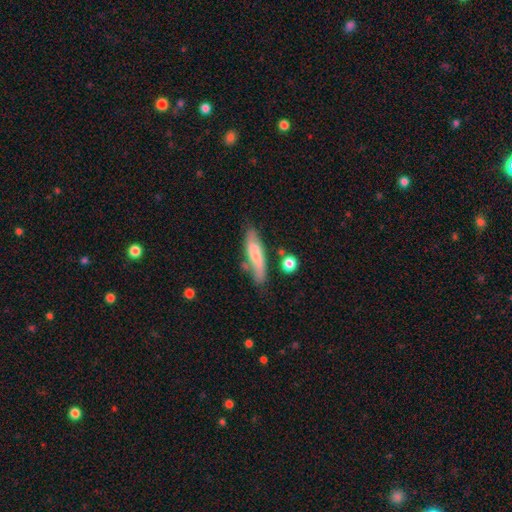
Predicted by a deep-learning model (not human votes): Smooth or featured? Predicted: smooth (p=0.58). How rounded? Predicted: cigar-shaped (p=0.67). Merging? Predicted: none (p=0.64).